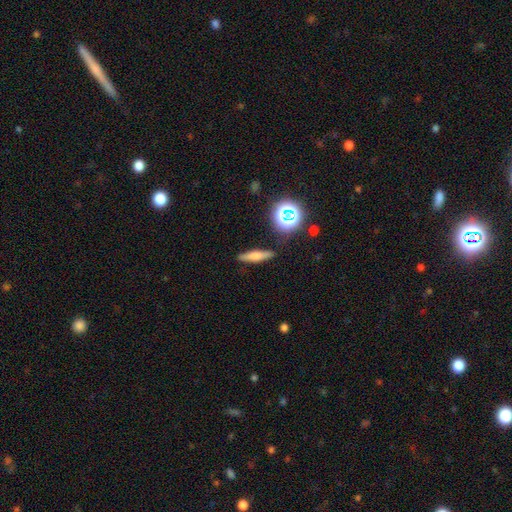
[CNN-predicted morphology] This is likely a smooth galaxy (61%). How rounded: likely cigar-shaped (77%). Merging: clearly none (84%).